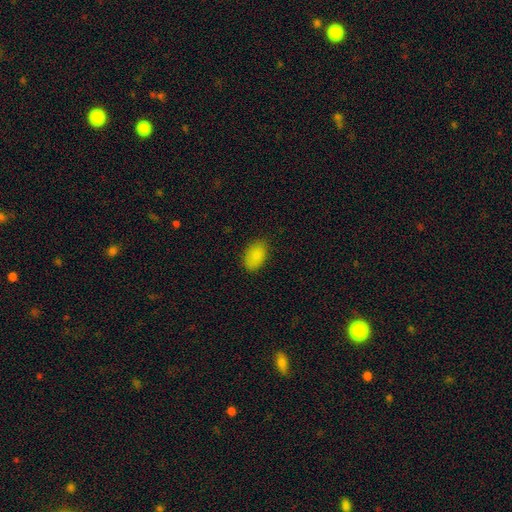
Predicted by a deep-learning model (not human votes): smooth 86%, star or artifact 9%, featured or disk 5%. Down the decision tree: how rounded — in between (91%); merging — none (82%).